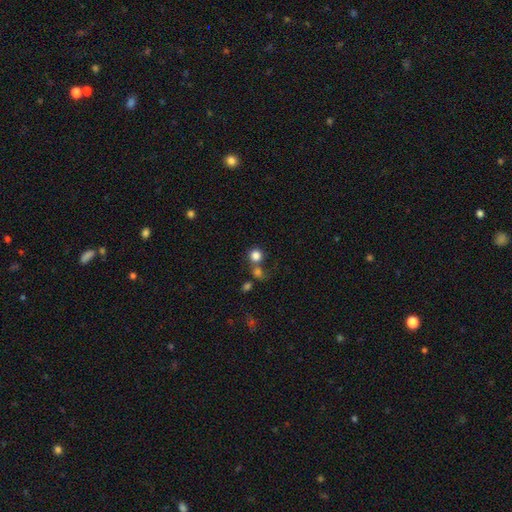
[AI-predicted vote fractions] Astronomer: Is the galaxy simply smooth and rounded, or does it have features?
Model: smooth — 81%.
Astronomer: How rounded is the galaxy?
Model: round — 89%.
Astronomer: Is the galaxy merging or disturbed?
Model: none — 56%.